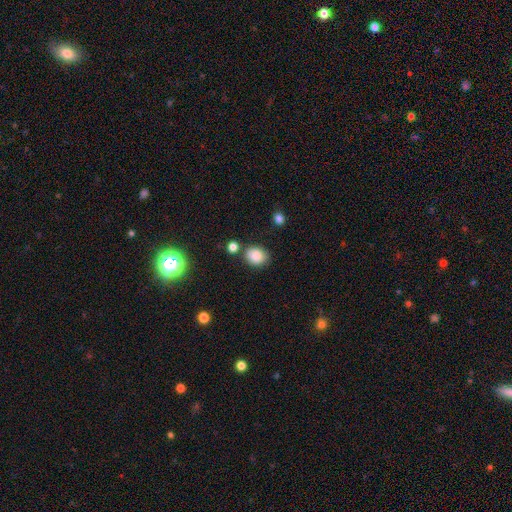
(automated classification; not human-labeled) smooth_or_featured: smooth (p=0.85) [alt: star or artifact p=0.10]
how_rounded: round (p=0.53) [alt: in between p=0.46]
merging: none (p=0.73) [alt: minor disturbance p=0.15]